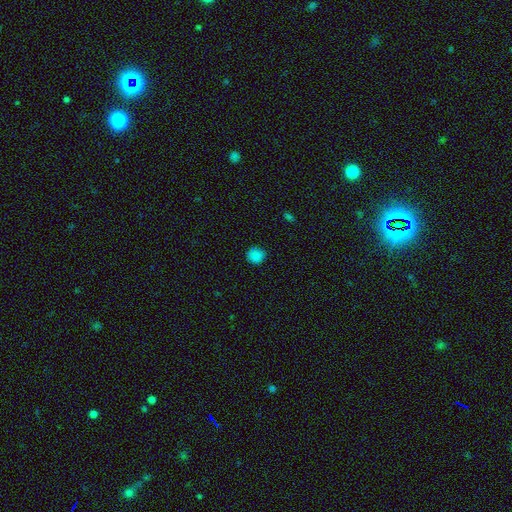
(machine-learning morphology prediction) Smooth or featured?
  - smooth: 84% *
  - star or artifact: 13%
  - featured or disk: 3%
How rounded?
  - round: 90% *
  - in between: 9%
  - cigar-shaped: 1%
Merging?
  - none: 88% *
  - minor disturbance: 9%
  - major disturbance: 2%
  - merger: 1%